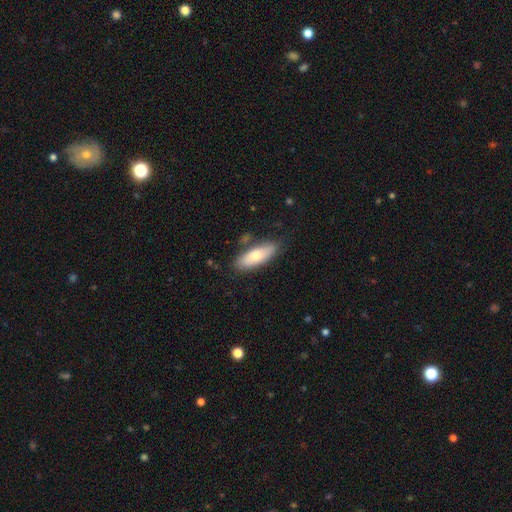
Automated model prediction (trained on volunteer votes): Smooth or featured: smooth — 70% (featured or disk — 24%)
How rounded: in between — 66% (cigar-shaped — 32%)
Merging: none — 80% (minor disturbance — 13%)